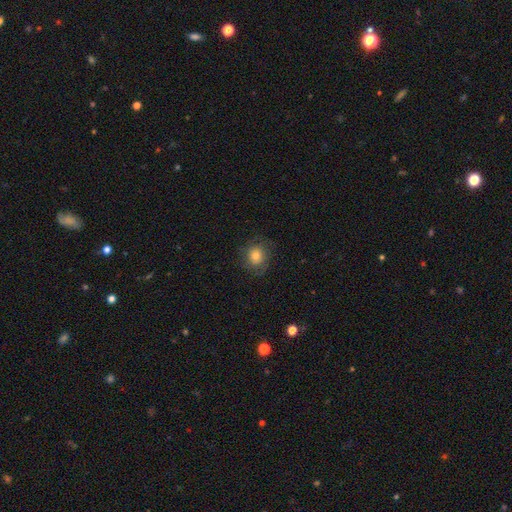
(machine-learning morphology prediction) The model was most divided on "smooth or featured": smooth: 67%, featured or disk: 22%, star or artifact: 11%. More confident: how rounded — round (79%); merging — none (76%).